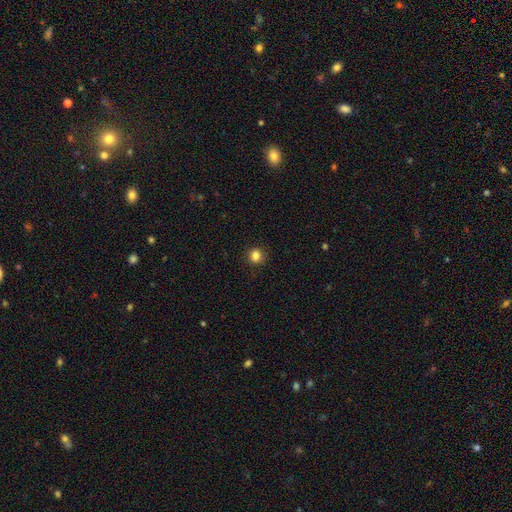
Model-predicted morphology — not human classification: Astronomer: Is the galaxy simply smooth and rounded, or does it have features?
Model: smooth — 84%.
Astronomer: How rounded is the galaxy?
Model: round — 86%.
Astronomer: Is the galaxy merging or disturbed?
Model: none — 91%.